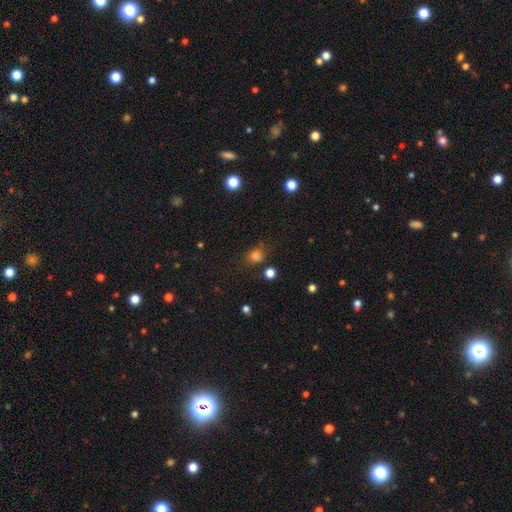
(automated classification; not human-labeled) This appears to be a smooth galaxy with no disk features (79%) that is round (65%). Merging: none (67%).